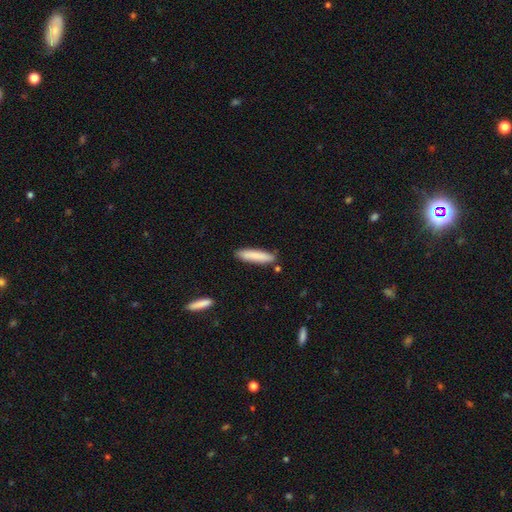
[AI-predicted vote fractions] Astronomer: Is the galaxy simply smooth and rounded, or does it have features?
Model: smooth — 84%.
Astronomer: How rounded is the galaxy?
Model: cigar-shaped — 84%.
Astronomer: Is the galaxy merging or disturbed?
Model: none — 84%.